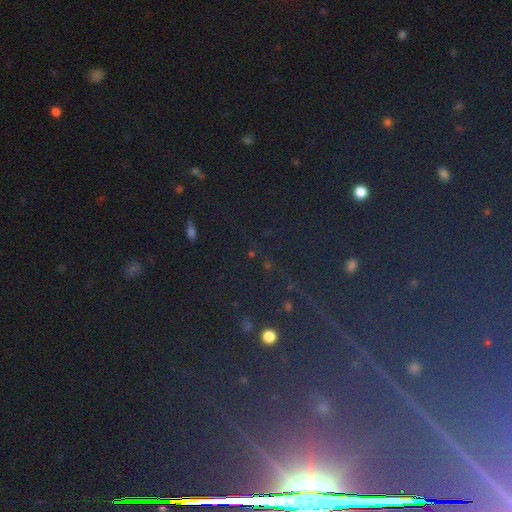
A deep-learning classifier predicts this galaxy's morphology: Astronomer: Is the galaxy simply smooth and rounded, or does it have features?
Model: star or artifact — 85%.